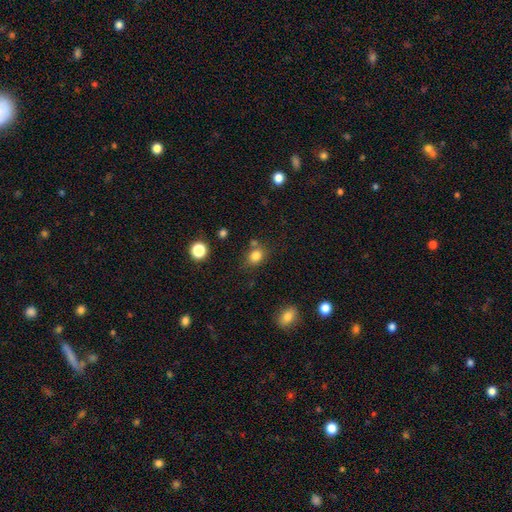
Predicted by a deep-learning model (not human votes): Smooth or featured? Predicted: smooth (p=0.82). How rounded? Predicted: round (p=0.57). Merging? Predicted: none (p=0.70).